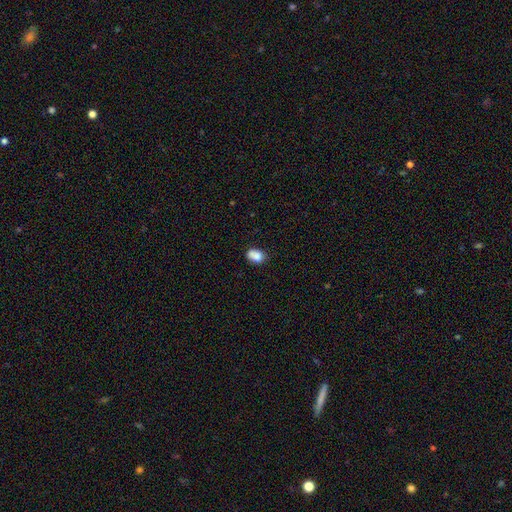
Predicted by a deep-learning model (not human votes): Morphology: type=smooth (80%); roundness=in between (70%); merging=none (49%).